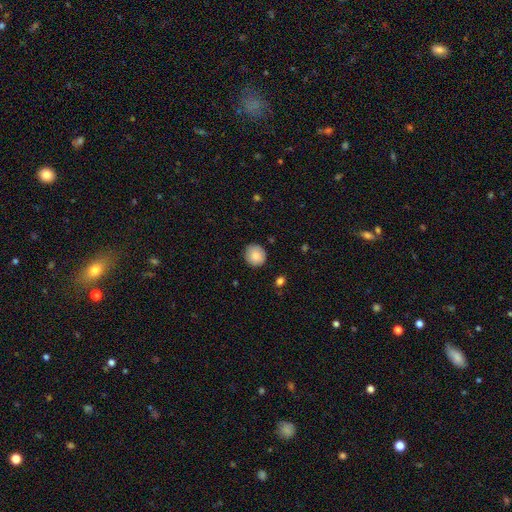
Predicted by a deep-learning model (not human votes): Q: Smooth or featured?
A: smooth (84%); runner-up: featured or disk (8%)
Q: How rounded?
A: round (90%); runner-up: in between (9%)
Q: Merging?
A: none (86%); runner-up: minor disturbance (11%)